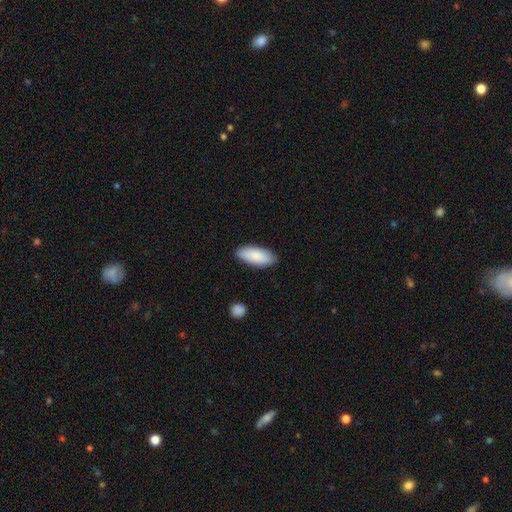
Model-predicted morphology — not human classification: A smooth galaxy with no disk features (88%) that is in between round and cigar-shaped (84%).

Vote fractions:
- Smooth or featured? smooth: 88% / featured or disk: 7% / star or artifact: 5%
- How rounded? in between: 84% / cigar-shaped: 14% / round: 2%
- Merging? none: 87% / minor disturbance: 10% / major disturbance: 2% / merger: 1%